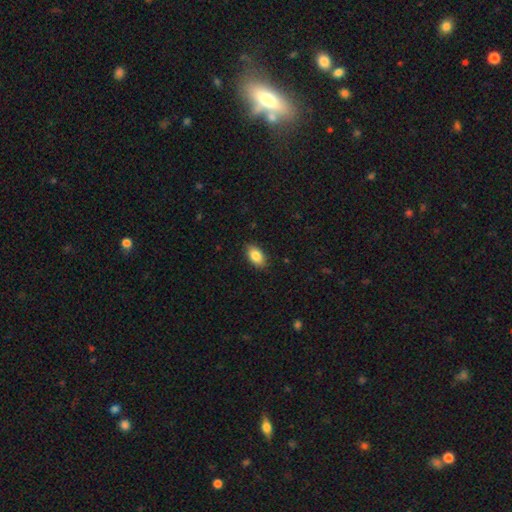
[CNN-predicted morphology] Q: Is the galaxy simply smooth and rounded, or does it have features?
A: smooth — 85%.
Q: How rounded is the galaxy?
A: in between — 92%.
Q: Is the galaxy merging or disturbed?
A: none — 87%.